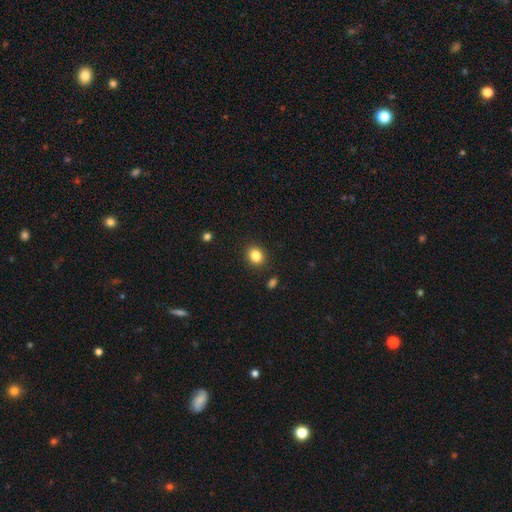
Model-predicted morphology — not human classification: Q: Smooth or featured?
A: smooth (85%); runner-up: star or artifact (11%)
Q: How rounded?
A: round (64%); runner-up: in between (35%)
Q: Merging?
A: none (89%); runner-up: minor disturbance (7%)